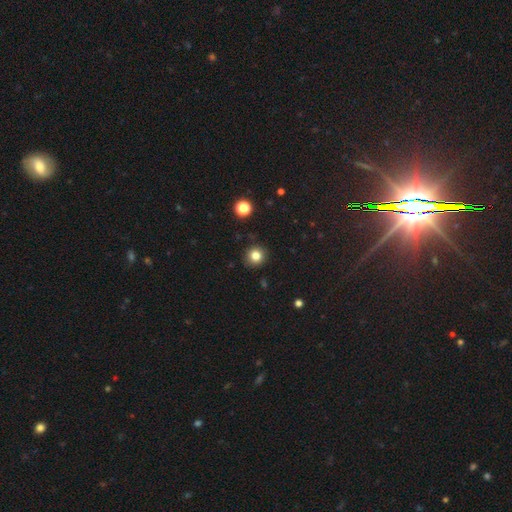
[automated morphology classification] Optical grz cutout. It shows a smooth galaxy with no disk features (82%) that is round (92%). Merging: none (90%).